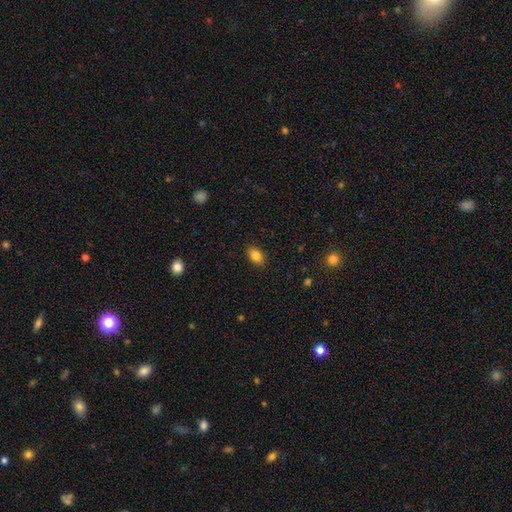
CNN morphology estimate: This appears to be a smooth galaxy with no disk features (84%) that is in between round and cigar-shaped (86%). Merging: none (88%).